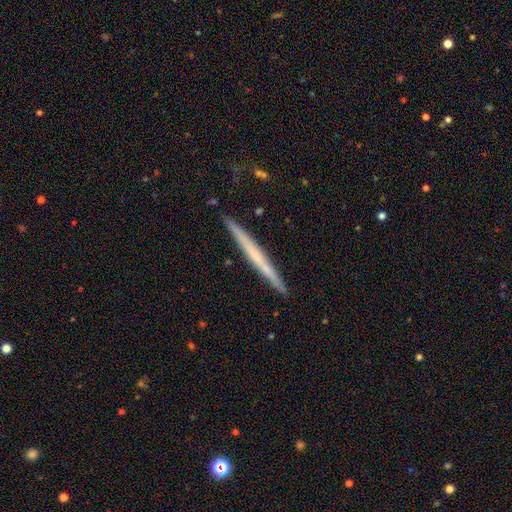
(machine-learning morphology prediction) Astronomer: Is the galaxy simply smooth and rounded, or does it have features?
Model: featured or disk — 53% (runner-up: smooth, 41%).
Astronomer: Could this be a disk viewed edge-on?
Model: yes — 98%.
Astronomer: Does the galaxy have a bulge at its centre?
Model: none — 83%.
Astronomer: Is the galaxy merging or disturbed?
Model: none — 91%.